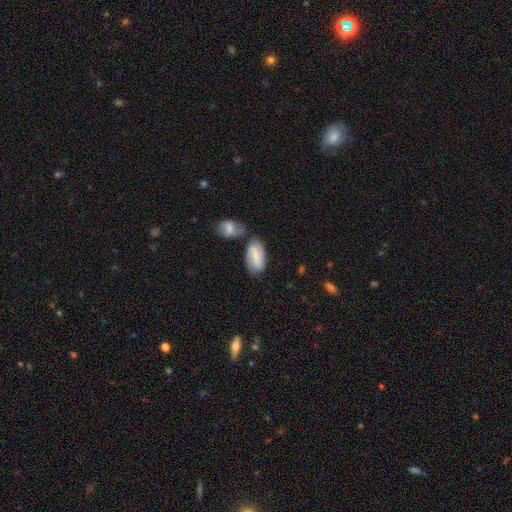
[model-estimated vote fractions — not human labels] Smooth or featured?
  - smooth: 52% *
  - featured or disk: 40%
  - star or artifact: 8%
How rounded?
  - in between: 90% *
  - cigar-shaped: 6%
  - round: 3%
Merging?
  - none: 52% *
  - merger: 23%
  - minor disturbance: 19%
  - major disturbance: 6%